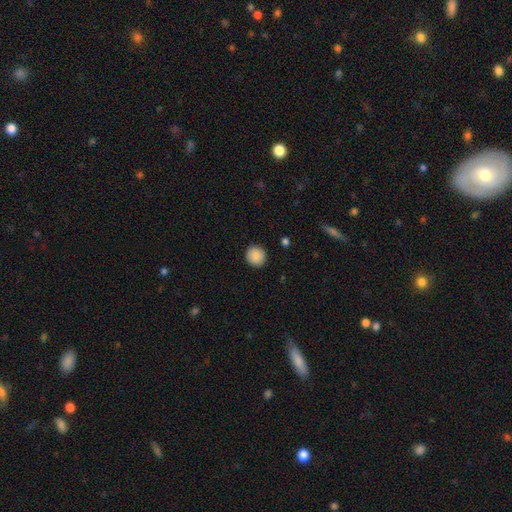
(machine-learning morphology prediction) Smooth or featured? smooth (87%)
How rounded? round (93%)
Merging? none (90%)